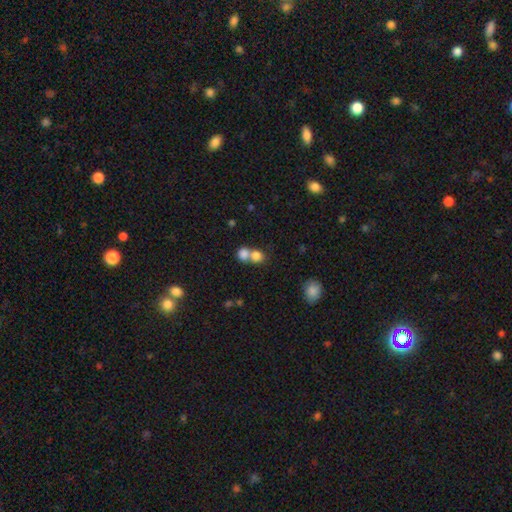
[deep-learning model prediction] Smooth or featured? smooth (80%)
How rounded? round (75%)
Merging? merger (61%)